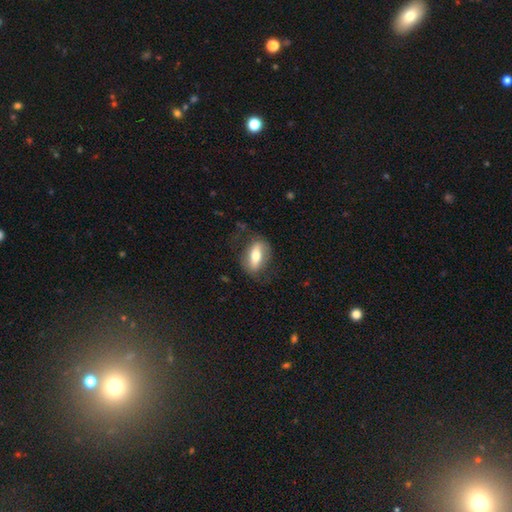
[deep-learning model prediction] This is possibly a smooth galaxy (54%). How rounded: likely in between (76%). Merging: likely none (72%).